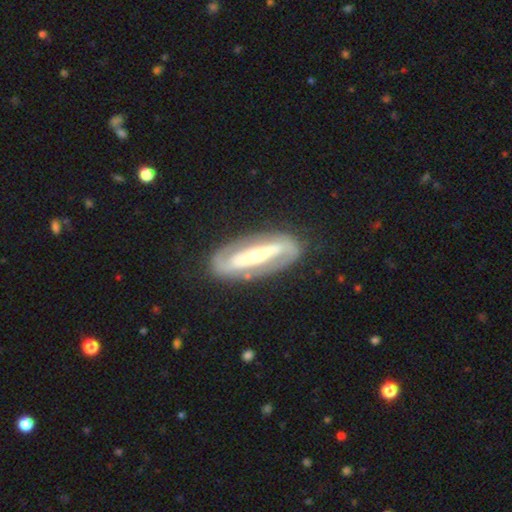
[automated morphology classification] featured or disk 82%, smooth 14%, star or artifact 4%. Down the decision tree: edge-on disk — no (85%); bar — strong (71%); spiral arms — yes (73%); spiral arm count — 2 (84%); spiral winding — tight (45%); bulge size — moderate (51%); merging — none (83%).